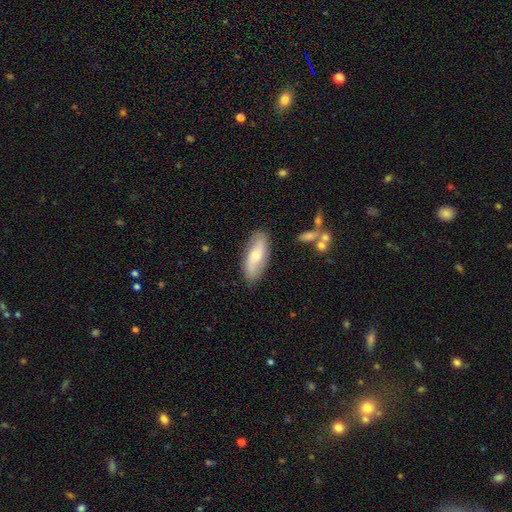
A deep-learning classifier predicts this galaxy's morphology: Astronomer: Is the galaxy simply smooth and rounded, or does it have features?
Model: featured or disk — 49% (runner-up: smooth, 45%).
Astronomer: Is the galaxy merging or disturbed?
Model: none — 82%.